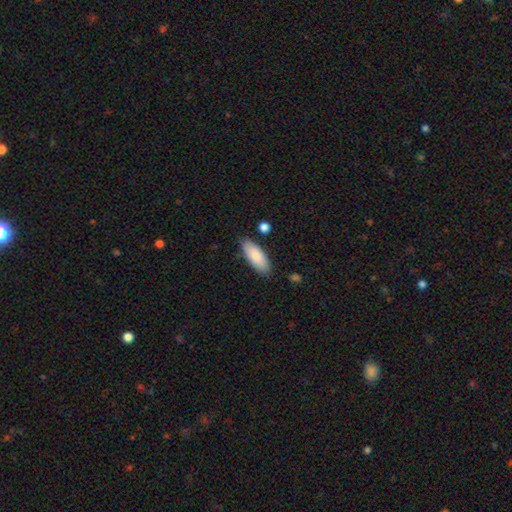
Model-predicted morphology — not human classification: Smooth or featured? smooth (85%)
How rounded? in between (75%)
Merging? none (84%)